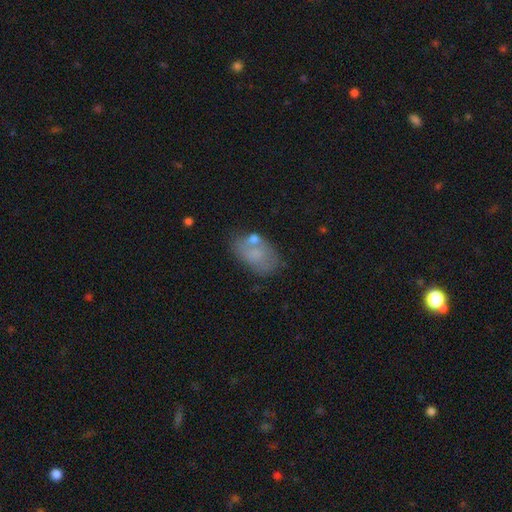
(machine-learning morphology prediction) A smooth galaxy with no disk features (64%) that is in between round and cigar-shaped (91%). Merging: none (52%).